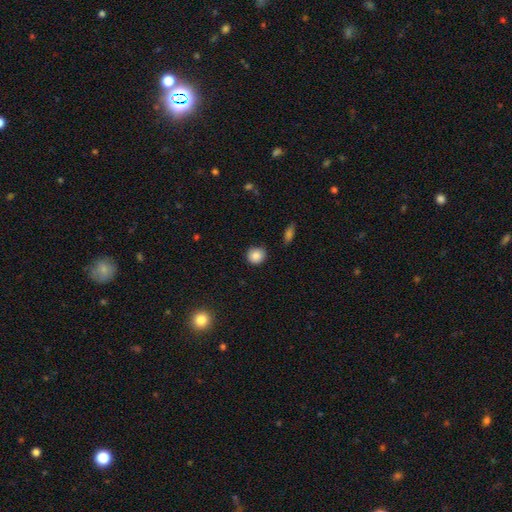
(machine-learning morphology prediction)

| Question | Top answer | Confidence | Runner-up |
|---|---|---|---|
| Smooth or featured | smooth | 86% | star or artifact (9%) |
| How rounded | round | 89% | in between (10%) |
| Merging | none | 86% | minor disturbance (10%) |